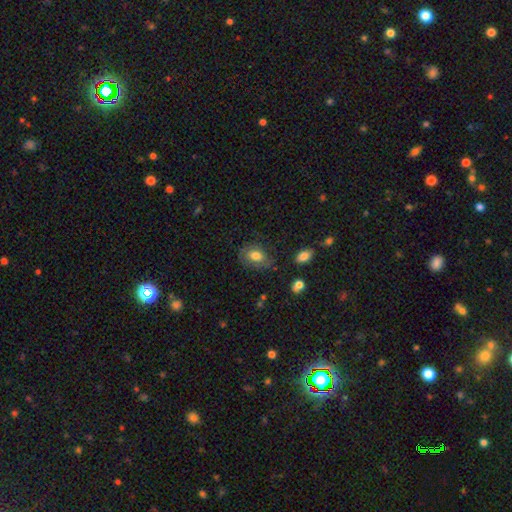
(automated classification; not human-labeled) smooth_or_featured: smooth (p=0.66) [alt: featured or disk p=0.25]
how_rounded: in between (p=0.74) [alt: round p=0.25]
merging: none (p=0.67) [alt: minor disturbance p=0.22]